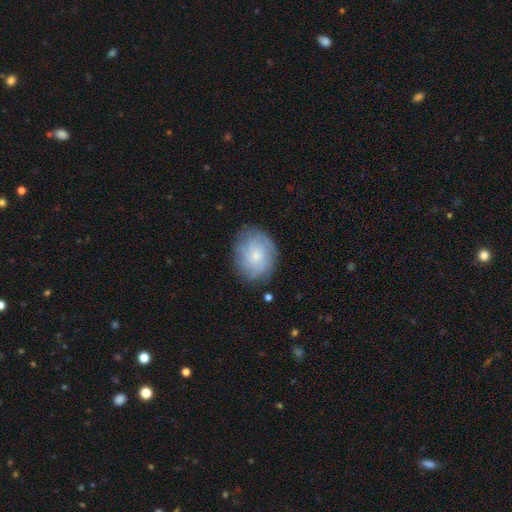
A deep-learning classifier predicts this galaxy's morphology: Smooth or featured: featured or disk — 53% (smooth — 38%)
Edge-on disk: no — 97% (yes — 3%)
Bar: no — 81% (weak — 17%)
Spiral arms: yes — 85% (no — 15%)
Bulge size: small — 69% (moderate — 24%)
Merging: none — 78% (minor disturbance — 16%)